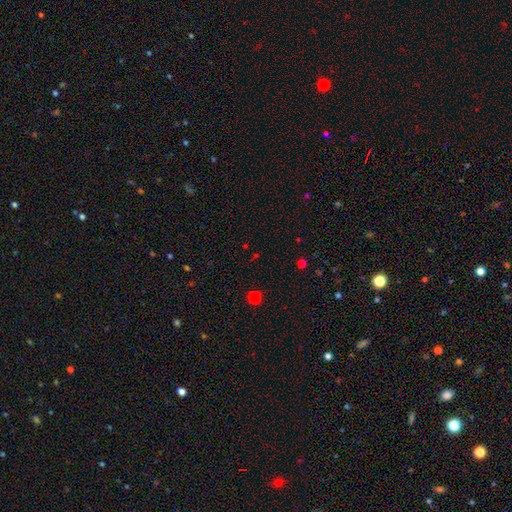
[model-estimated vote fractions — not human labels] A star or artifact, not a galaxy (55%).

Vote fractions:
- Smooth or featured? star or artifact: 55% / smooth: 39% / featured or disk: 7%